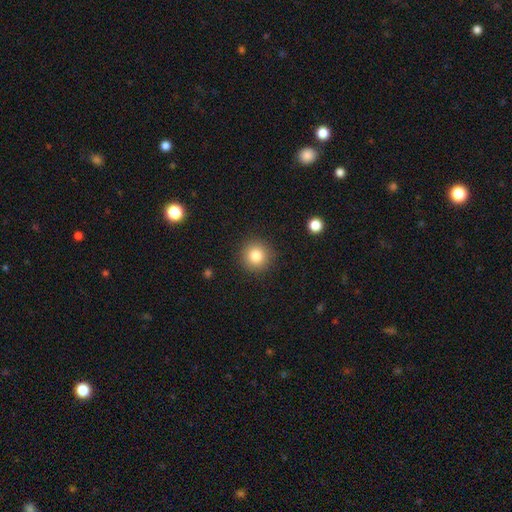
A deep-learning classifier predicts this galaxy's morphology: Smooth or featured: smooth — 83% (star or artifact — 10%)
How rounded: round — 94% (in between — 5%)
Merging: none — 90% (minor disturbance — 7%)